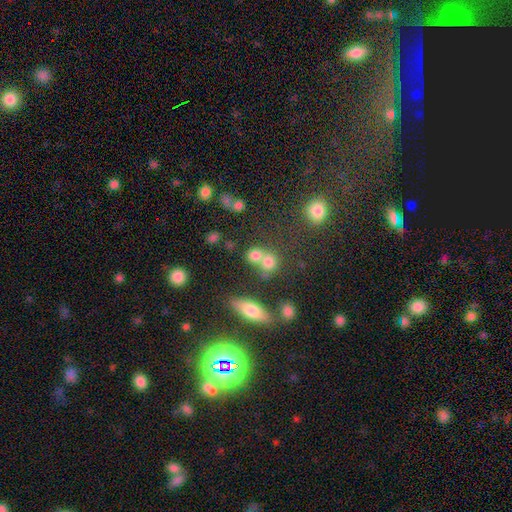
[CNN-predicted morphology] smooth_or_featured: smooth (p=0.74) [alt: star or artifact p=0.14]
how_rounded: round (p=0.70) [alt: in between p=0.27]
merging: merger (p=0.46) [alt: none p=0.40]